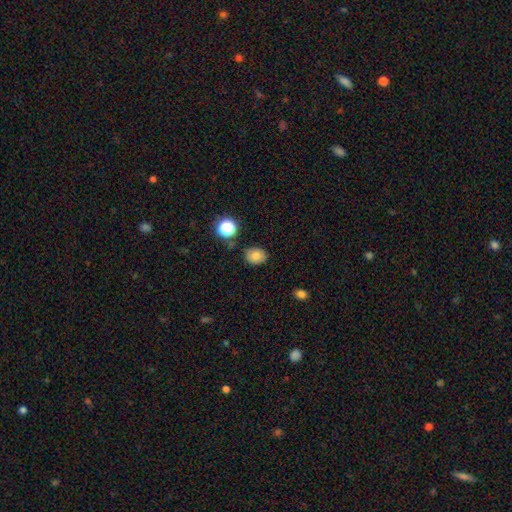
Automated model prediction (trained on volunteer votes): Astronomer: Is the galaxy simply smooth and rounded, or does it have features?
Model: smooth — 78%.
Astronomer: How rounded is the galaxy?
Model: round — 55% (runner-up: in between, 44%).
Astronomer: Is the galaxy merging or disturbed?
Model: none — 81%.